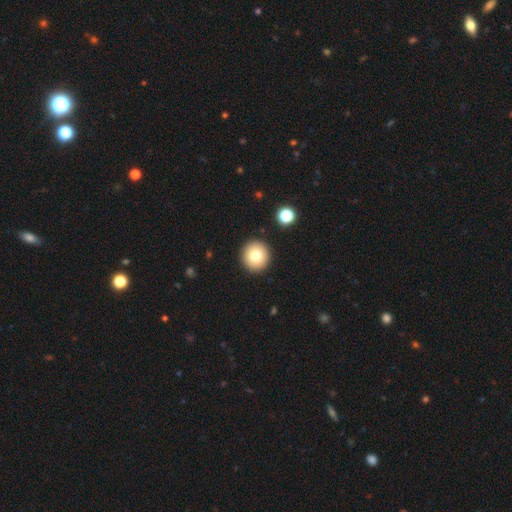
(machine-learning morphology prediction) Overall: smooth (77%). How rounded: round (95%). Merging: none (91%).